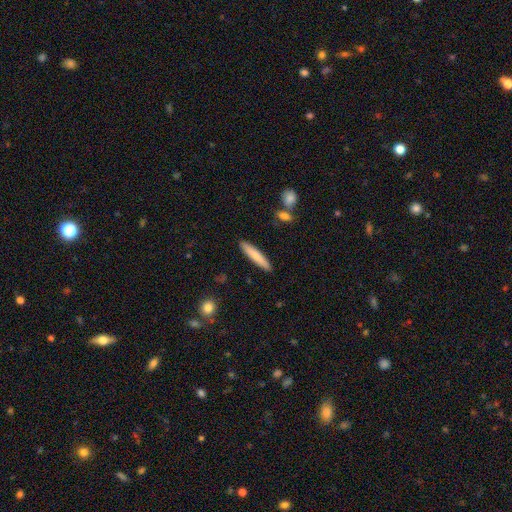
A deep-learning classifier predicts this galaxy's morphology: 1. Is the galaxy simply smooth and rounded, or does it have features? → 76% smooth, 18% featured or disk, 6% star or artifact.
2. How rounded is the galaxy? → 90% cigar-shaped, 8% in between, 1% round.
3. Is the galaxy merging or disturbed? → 90% none, 7% minor disturbance, 2% major disturbance, 2% merger.